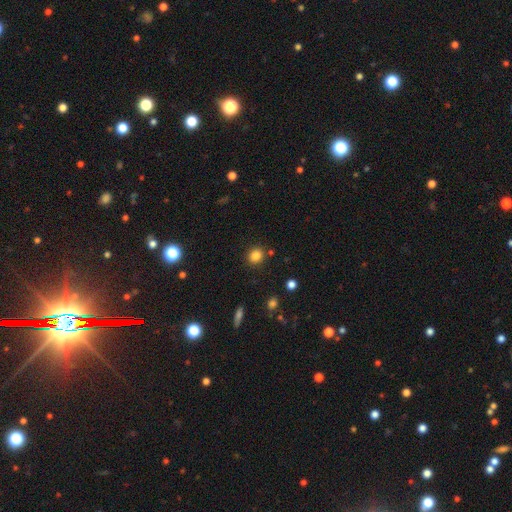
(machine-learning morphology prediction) This is clearly a smooth galaxy (83%). How rounded: likely round (76%). Merging: clearly none (85%).